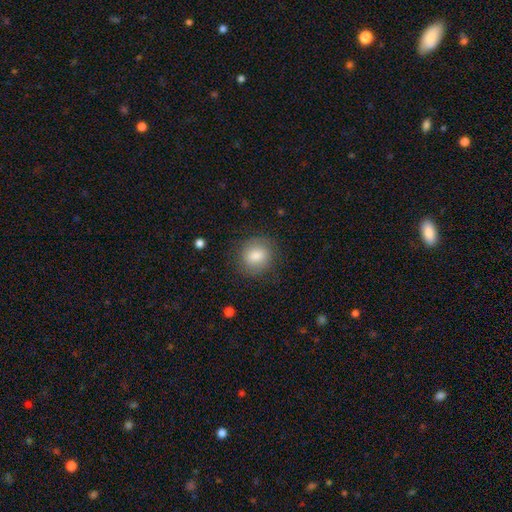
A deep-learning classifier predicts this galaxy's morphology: Smooth or featured: smooth — 81% (featured or disk — 11%)
How rounded: round — 75% (in between — 24%)
Merging: none — 83% (minor disturbance — 12%)